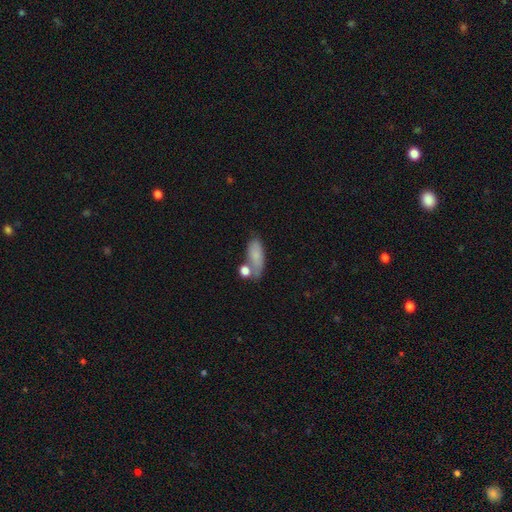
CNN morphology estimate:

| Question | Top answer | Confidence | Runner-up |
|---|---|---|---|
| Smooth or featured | smooth | 77% | featured or disk (14%) |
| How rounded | in between | 79% | cigar-shaped (16%) |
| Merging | none | 47% | merger (22%) |